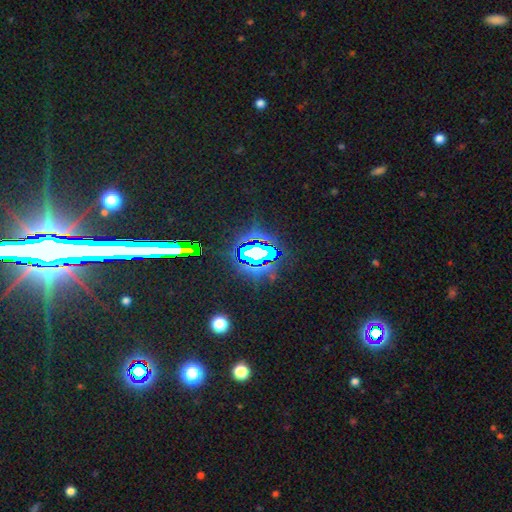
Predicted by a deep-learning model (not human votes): Overall: star or artifact (71%).